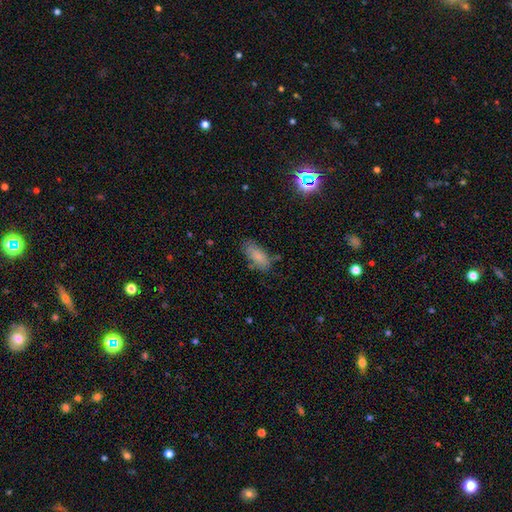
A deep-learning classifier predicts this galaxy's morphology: A smooth galaxy with no disk features (67%) that is in between round and cigar-shaped (83%). Merging: none (74%).